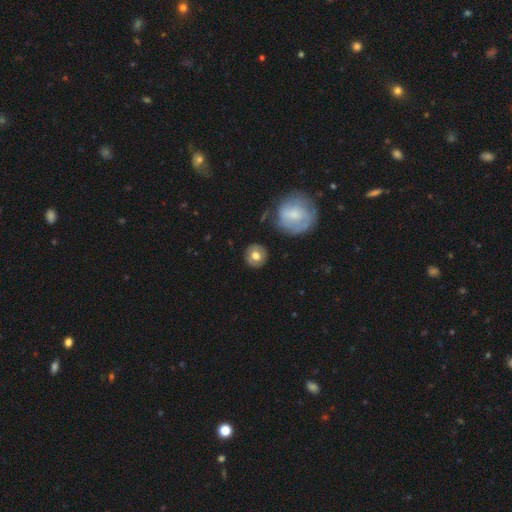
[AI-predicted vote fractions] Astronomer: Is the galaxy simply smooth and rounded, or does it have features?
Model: smooth — 67%.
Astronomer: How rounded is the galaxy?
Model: round — 90%.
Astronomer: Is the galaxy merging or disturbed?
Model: none — 85%.